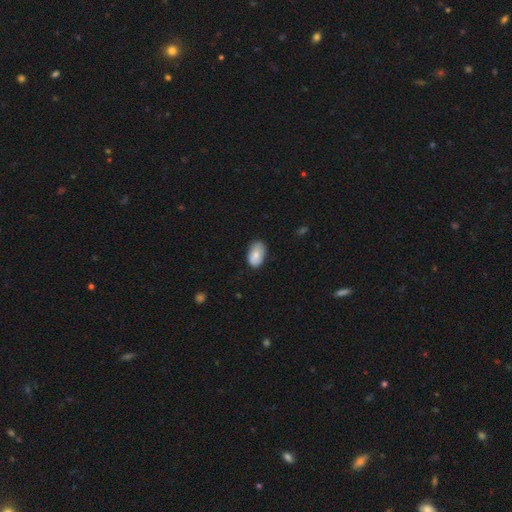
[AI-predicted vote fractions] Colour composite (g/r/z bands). It shows a smooth galaxy with no disk features (78%) that is in between round and cigar-shaped (91%). Merging: none (70%).